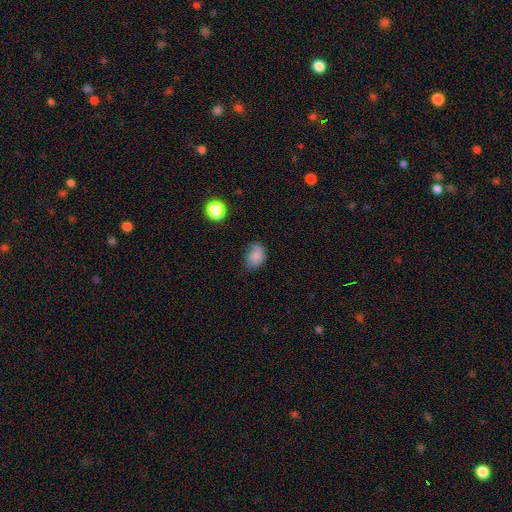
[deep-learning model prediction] Overall: smooth (79%). How rounded: in between (73%). Merging: none (61%; minor disturbance 29%).